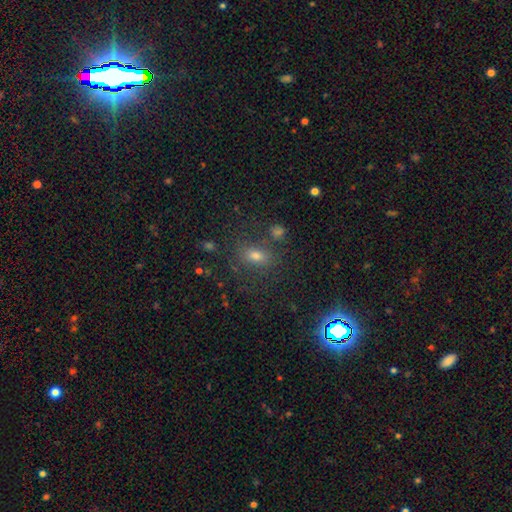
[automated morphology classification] Smooth or featured? Predicted: smooth (p=0.62). How rounded? Predicted: in between (p=0.69). Merging? Predicted: none (p=0.74).